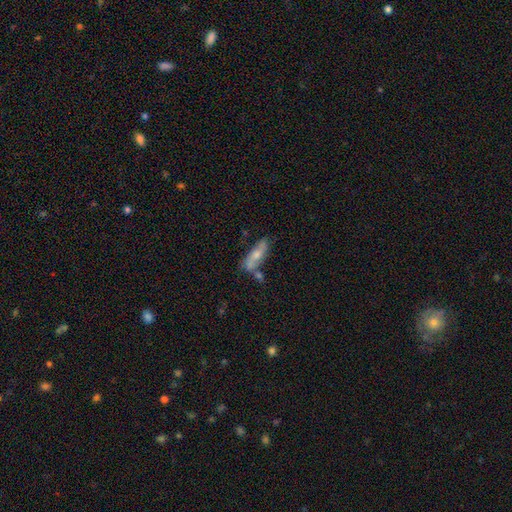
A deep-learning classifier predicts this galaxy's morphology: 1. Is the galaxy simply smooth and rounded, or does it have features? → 55% smooth, 38% featured or disk, 7% star or artifact.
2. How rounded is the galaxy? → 50% cigar-shaped, 47% in between, 3% round.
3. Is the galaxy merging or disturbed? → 57% none, 20% minor disturbance, 17% merger, 6% major disturbance.